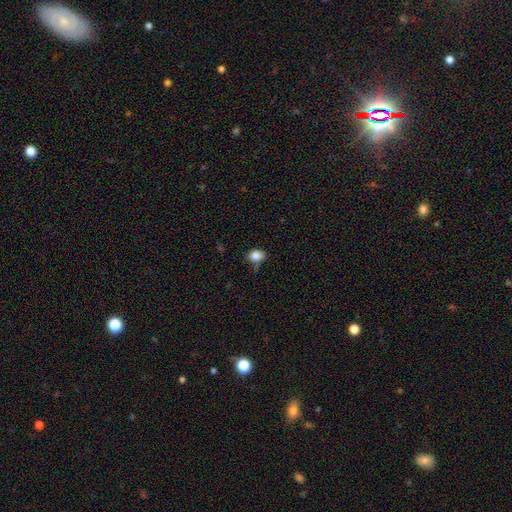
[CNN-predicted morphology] Smooth or featured? Predicted: smooth (p=0.84). How rounded? Predicted: in between (p=0.58). Merging? Predicted: none (p=0.65).